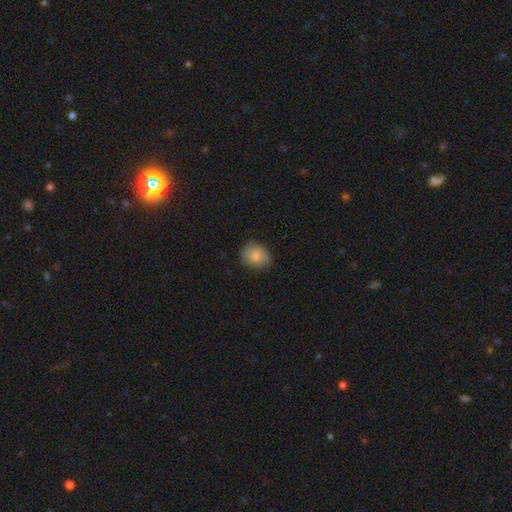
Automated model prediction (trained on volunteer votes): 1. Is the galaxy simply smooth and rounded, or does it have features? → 80% smooth, 12% featured or disk, 8% star or artifact.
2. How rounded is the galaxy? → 64% round, 35% in between, 1% cigar-shaped.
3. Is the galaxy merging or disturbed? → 77% none, 18% minor disturbance, 4% major disturbance, 1% merger.